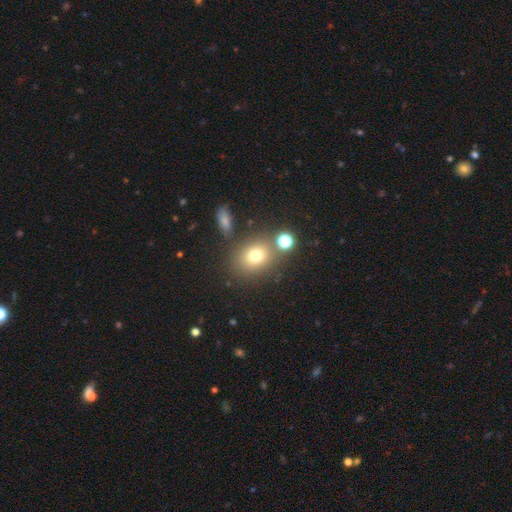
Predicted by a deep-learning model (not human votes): This appears to be a smooth galaxy with no disk features (72%) that is round (58%). Merging: none (73%).